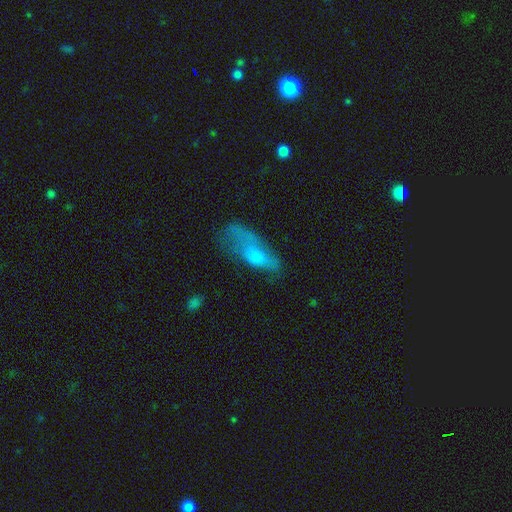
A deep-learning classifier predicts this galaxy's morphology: Smooth or featured? Predicted: smooth (p=0.59). How rounded? Predicted: in between (p=0.65). Merging? Predicted: major disturbance (p=0.40).